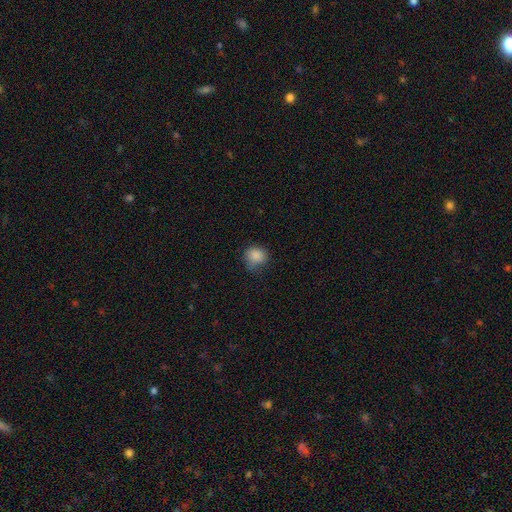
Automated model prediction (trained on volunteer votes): Morphology: type=smooth (86%); roundness=round (80%); merging=none (64%).